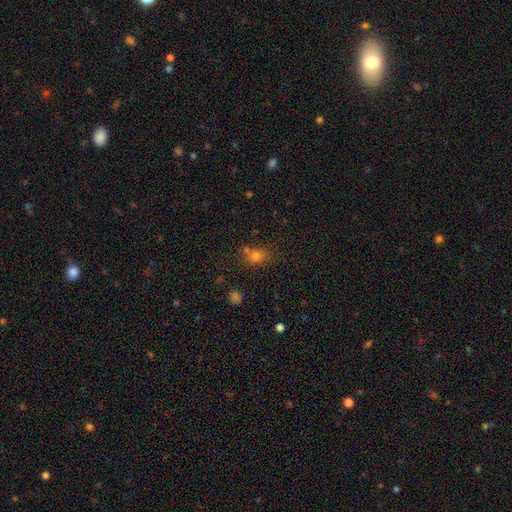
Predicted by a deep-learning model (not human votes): Smooth or featured? smooth (72%)
How rounded? round (62%)
Merging? none (63%)